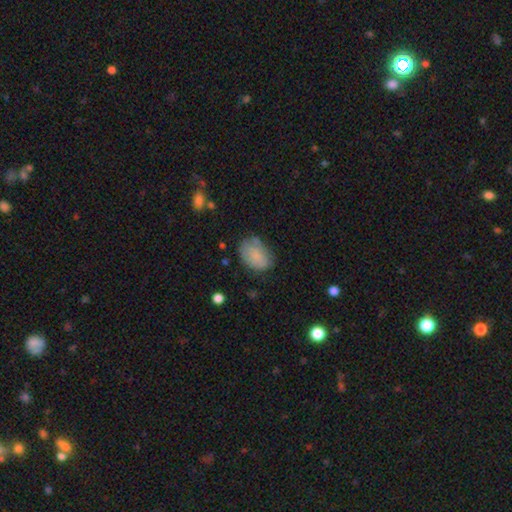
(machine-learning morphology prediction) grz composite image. It shows a smooth galaxy with no disk features (79%) that is in between round and cigar-shaped (83%). Merging: none (63%).